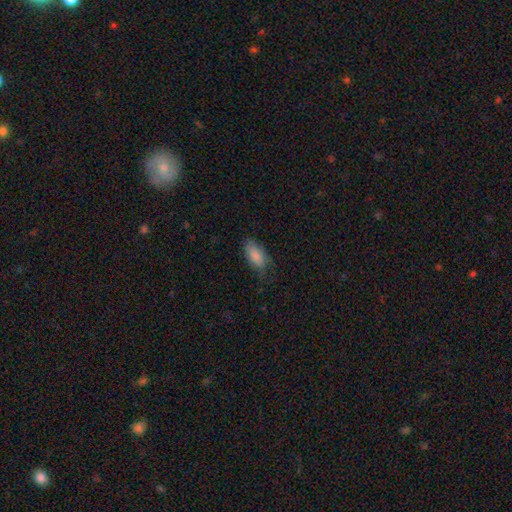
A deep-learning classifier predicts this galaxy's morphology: Overall: smooth (86%). How rounded: in between (88%). Merging: none (68%).